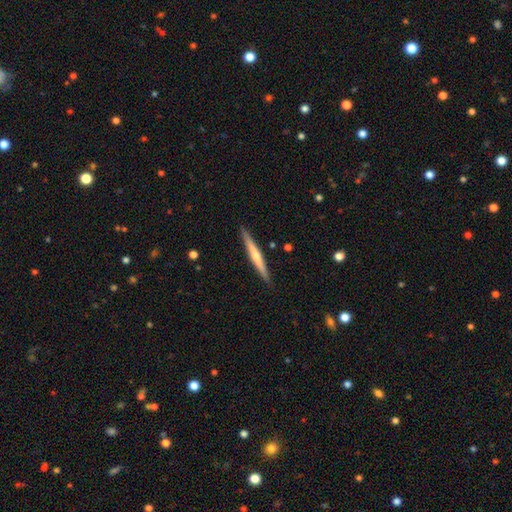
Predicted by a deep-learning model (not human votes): Smooth or featured? Predicted: featured or disk (p=0.54). Edge-on disk? Predicted: yes (p=0.97). Edge-on bulge? Predicted: rounded (p=0.52). Merging? Predicted: none (p=0.91).